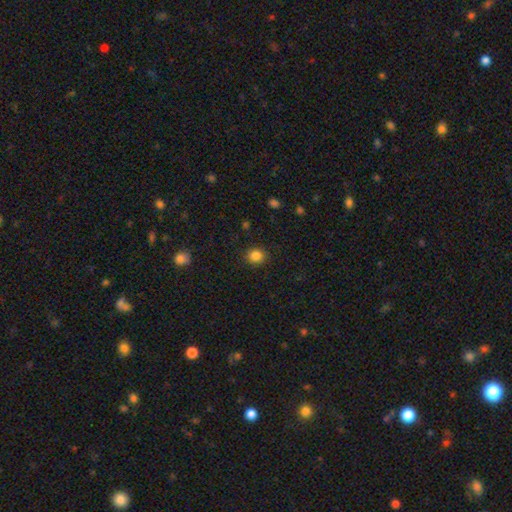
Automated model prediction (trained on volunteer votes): Overall: smooth (85%). How rounded: round (82%). Merging: none (89%).